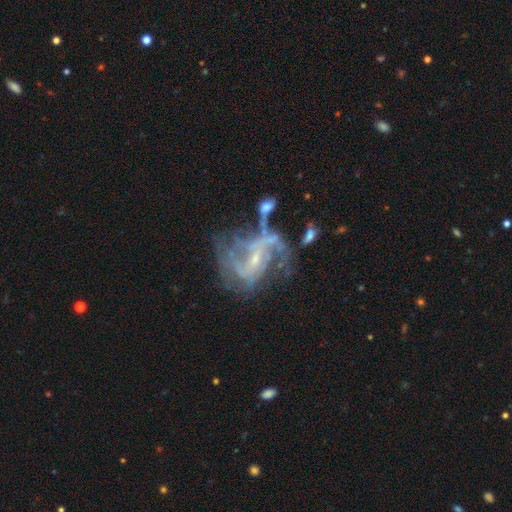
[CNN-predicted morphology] The model was most divided on "merging": none: 37%, major disturbance: 29%, minor disturbance: 19%, merger: 15%. Remaining: edge-on disk — no (97%); spiral arms — yes (87%); smooth or featured — featured or disk (84%); bulge size — small (71%); spiral arm count — 2 (47%); bar — weak (47%); spiral winding — medium (44%).